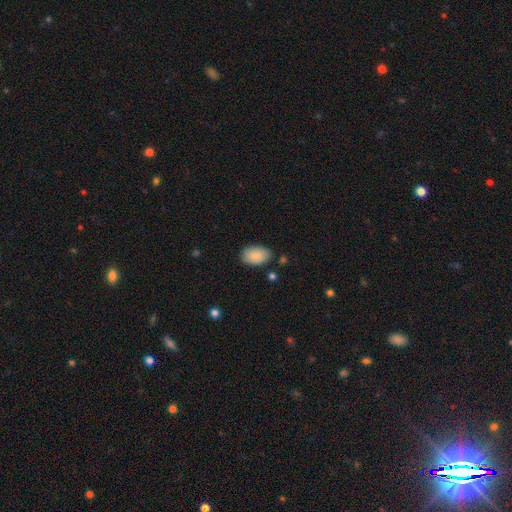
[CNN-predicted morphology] Q: Smooth or featured?
A: smooth (87%); runner-up: featured or disk (7%)
Q: How rounded?
A: in between (92%); runner-up: round (6%)
Q: Merging?
A: none (82%); runner-up: minor disturbance (13%)